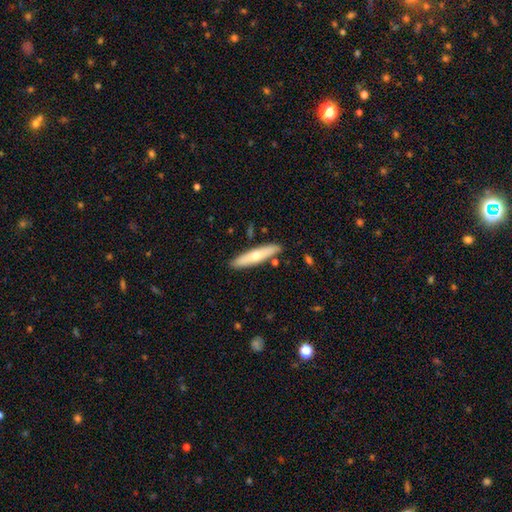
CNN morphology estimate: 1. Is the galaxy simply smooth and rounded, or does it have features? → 54% smooth, 40% featured or disk, 6% star or artifact.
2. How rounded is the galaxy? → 81% cigar-shaped, 17% in between, 2% round.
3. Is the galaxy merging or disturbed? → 88% none, 8% minor disturbance, 3% merger, 2% major disturbance.